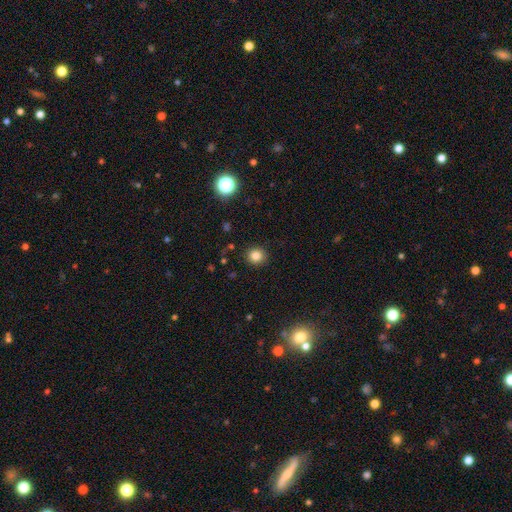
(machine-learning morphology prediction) type=smooth (83%); roundness=round (88%); merging=none (90%).